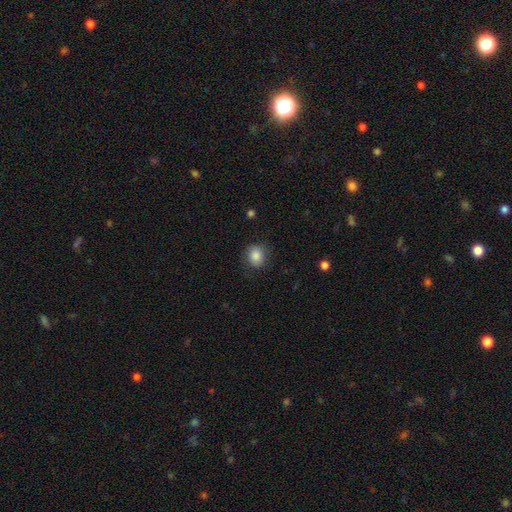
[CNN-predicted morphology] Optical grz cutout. It shows a smooth galaxy with no disk features (86%) that is round (63%). Merging: none (82%).